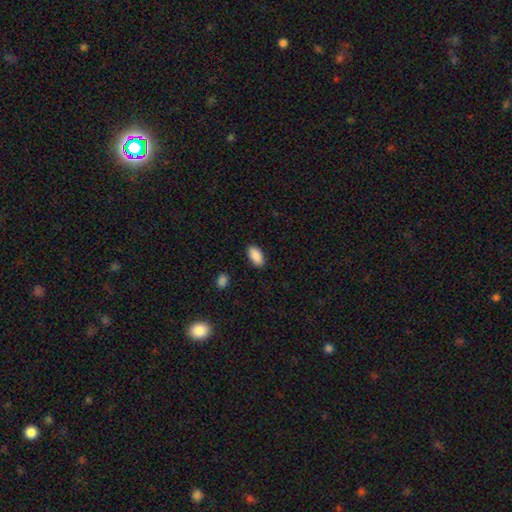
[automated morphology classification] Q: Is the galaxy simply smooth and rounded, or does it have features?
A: smooth — 90%.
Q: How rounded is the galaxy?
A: in between — 94%.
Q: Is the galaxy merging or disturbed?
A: none — 89%.